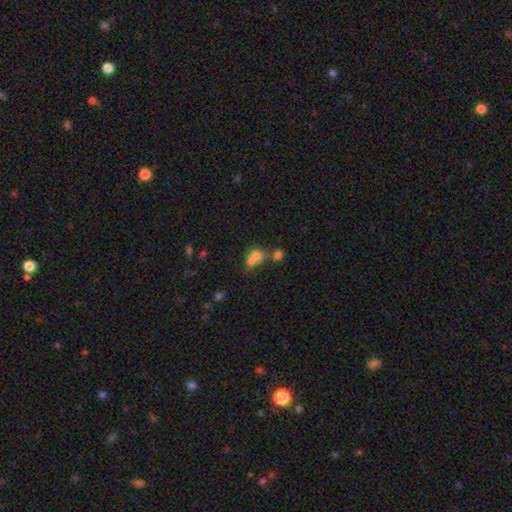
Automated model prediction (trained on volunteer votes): Morphology: type=smooth (69%); roundness=round (67%); merging=merger (61%).